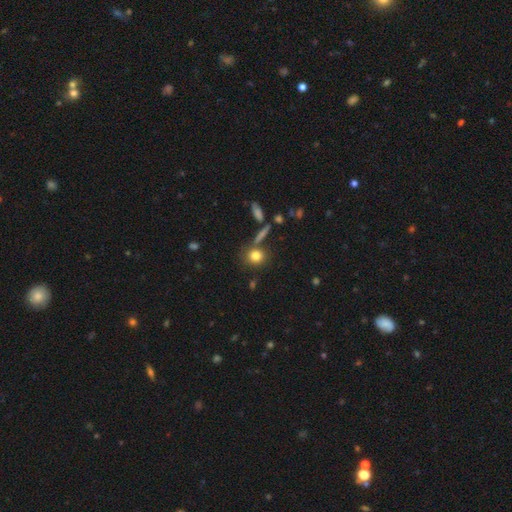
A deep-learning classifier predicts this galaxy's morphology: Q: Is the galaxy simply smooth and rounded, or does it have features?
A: smooth — 79%.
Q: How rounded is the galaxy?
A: round — 77%.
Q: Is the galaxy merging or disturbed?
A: none — 72%.